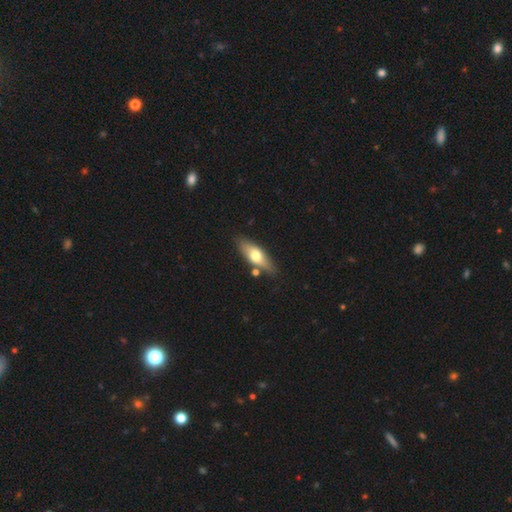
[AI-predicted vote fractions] smooth 57%, featured or disk 37%, star or artifact 6%. Down the decision tree: how rounded — in between (61%); merging — none (80%).